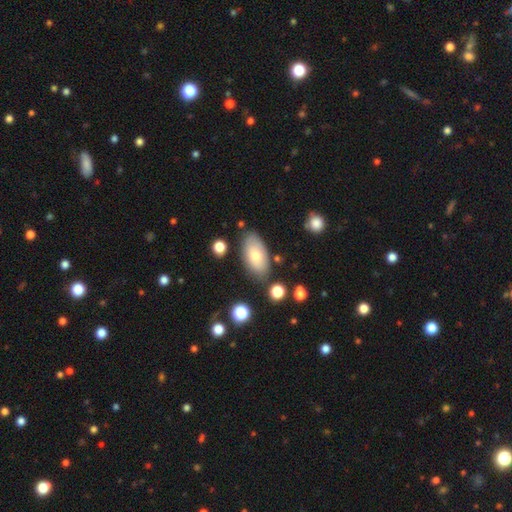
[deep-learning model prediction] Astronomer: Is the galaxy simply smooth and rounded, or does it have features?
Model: smooth — 71%.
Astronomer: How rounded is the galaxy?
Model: in between — 93%.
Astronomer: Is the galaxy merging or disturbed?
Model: none — 77%.